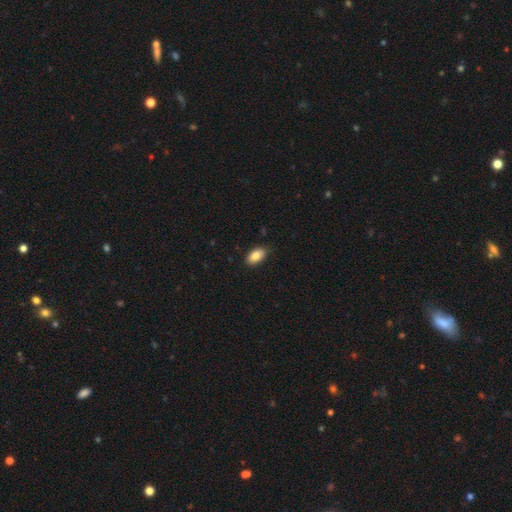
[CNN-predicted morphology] The model was most divided on "merging": none: 85%, minor disturbance: 12%, major disturbance: 2%, merger: 1%. More confident: how rounded — in between (94%); smooth or featured — smooth (86%).